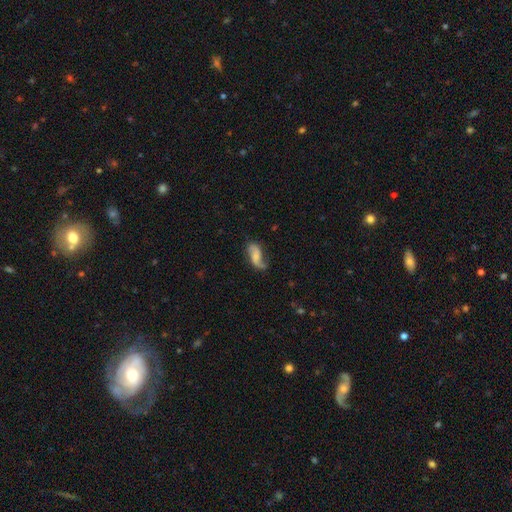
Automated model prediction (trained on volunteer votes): featured or disk 61%, smooth 31%, star or artifact 8%. Down the decision tree: edge-on disk — no (95%); bar — no (51%); spiral arms — yes (91%); spiral arm count — 2 (75%); spiral winding — loose (69%); bulge size — none (40%); merging — none (56%).